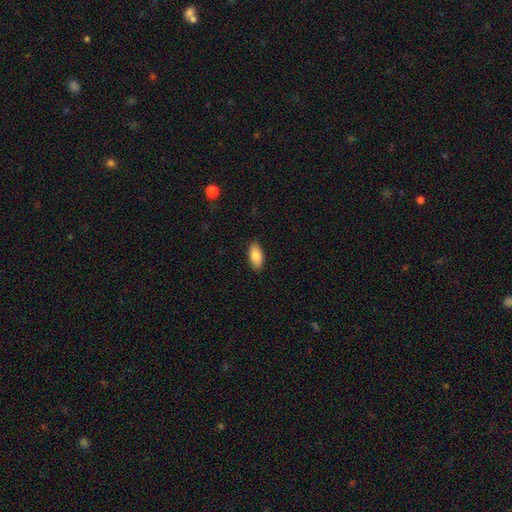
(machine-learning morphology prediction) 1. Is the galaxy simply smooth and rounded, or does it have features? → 86% smooth, 8% featured or disk, 6% star or artifact.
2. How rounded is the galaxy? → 90% in between, 8% cigar-shaped, 2% round.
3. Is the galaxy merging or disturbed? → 89% none, 8% minor disturbance, 2% major disturbance, 1% merger.